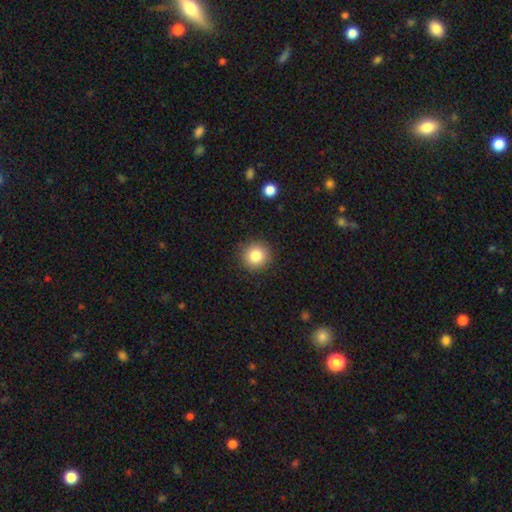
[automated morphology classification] Overall: smooth (83%). How rounded: round (93%). Merging: none (90%).